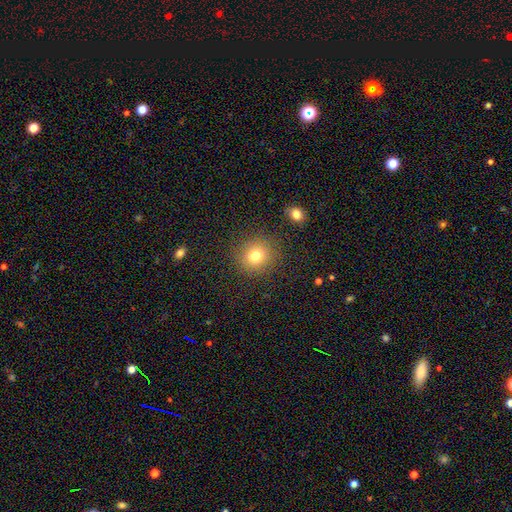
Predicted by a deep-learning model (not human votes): Smooth or featured?
  - smooth: 78% *
  - star or artifact: 13%
  - featured or disk: 8%
How rounded?
  - round: 86% *
  - in between: 13%
  - cigar-shaped: 1%
Merging?
  - none: 87% *
  - minor disturbance: 8%
  - major disturbance: 3%
  - merger: 2%